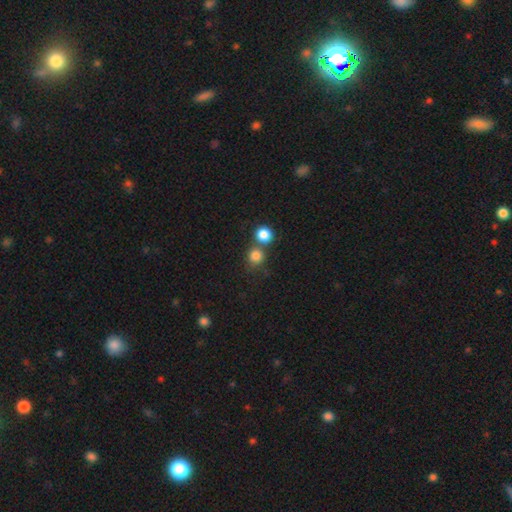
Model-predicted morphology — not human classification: A smooth galaxy with no disk features (83%) that is round (88%). Merging: none (57%).